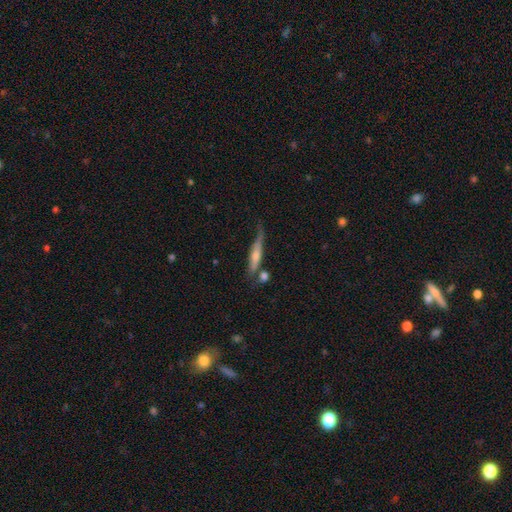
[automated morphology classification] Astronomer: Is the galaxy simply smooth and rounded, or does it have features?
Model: featured or disk — 50% (runner-up: smooth, 42%).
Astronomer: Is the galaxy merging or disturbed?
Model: none — 53%.